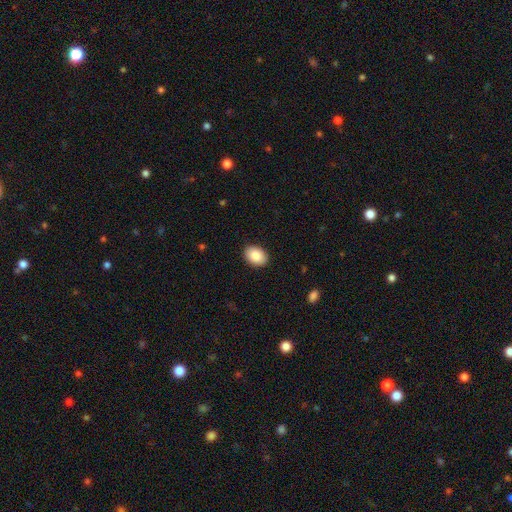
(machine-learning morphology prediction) A smooth galaxy with no disk features (88%) that is in between round and cigar-shaped (78%). Merging: none (90%).